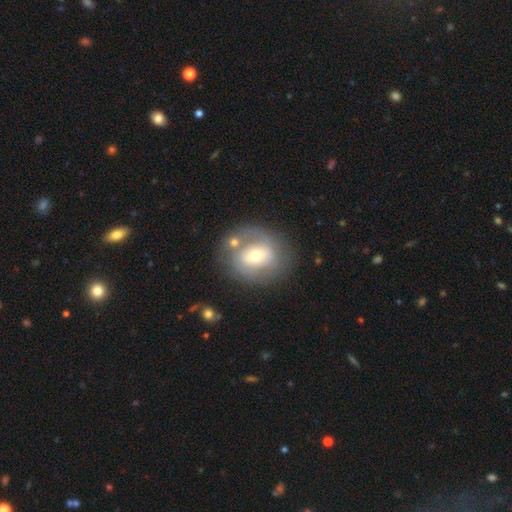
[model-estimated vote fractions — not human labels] Q: Smooth or featured?
A: featured or disk (53%); runner-up: smooth (39%)
Q: Edge-on disk?
A: no (95%); runner-up: yes (5%)
Q: Bar?
A: no (53%); runner-up: weak (32%)
Q: Spiral arms?
A: no (57%); runner-up: yes (43%)
Q: Bulge size?
A: moderate (62%); runner-up: small (28%)
Q: Merging?
A: none (64%); runner-up: minor disturbance (16%)